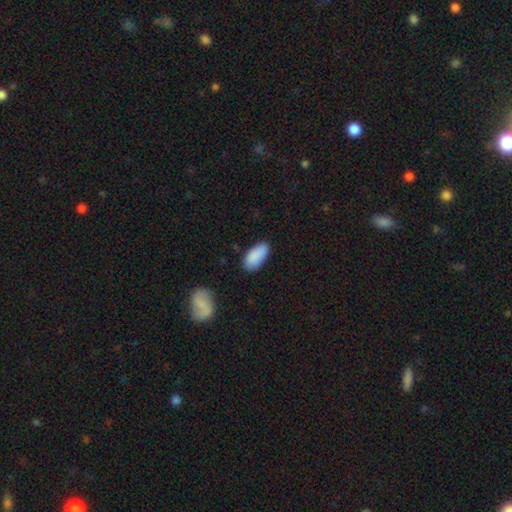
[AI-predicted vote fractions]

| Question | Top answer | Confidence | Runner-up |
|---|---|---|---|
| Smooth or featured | smooth | 88% | star or artifact (7%) |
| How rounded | in between | 92% | cigar-shaped (6%) |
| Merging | none | 76% | minor disturbance (18%) |